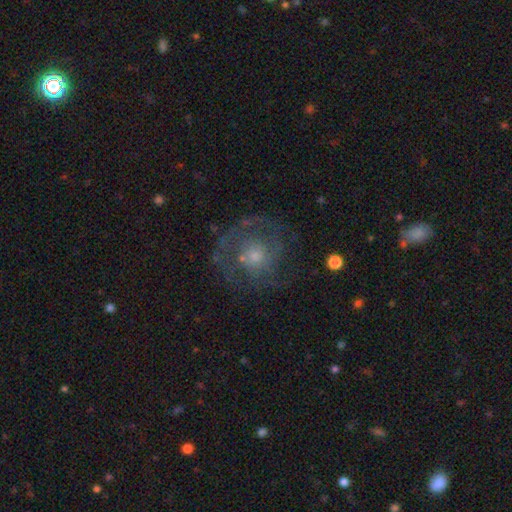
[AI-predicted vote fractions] This appears to be a featured or disk galaxy (63%) with no bar (83%), spiral arms (68%) and a small central bulge (44%, tied with moderate). Merging: none (60%).